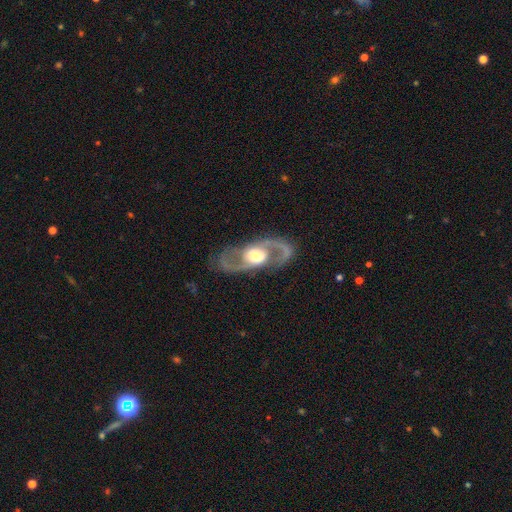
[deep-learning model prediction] Smooth or featured?
  - featured or disk: 89% *
  - smooth: 7%
  - star or artifact: 4%
Edge-on disk?
  - no: 95% *
  - yes: 5%
Bar?
  - no: 52% *
  - weak: 31%
  - strong: 17%
Spiral arms?
  - yes: 91% *
  - no: 9%
Spiral winding?
  - medium: 56% *
  - loose: 30%
  - tight: 14%
Spiral arm count?
  - 2: 93% *
  - can't tell: 2%
  - 1: 2%
  - 3: 1%
  - 4: 1%
  - more than 4: 1%
Bulge size?
  - moderate: 57% *
  - large: 27%
  - small: 12%
  - dominant: 3%
  - none: 1%
Merging?
  - none: 83% *
  - minor disturbance: 10%
  - major disturbance: 6%
  - merger: 1%